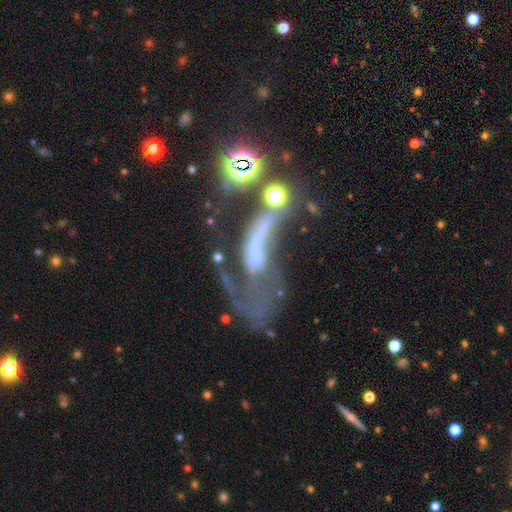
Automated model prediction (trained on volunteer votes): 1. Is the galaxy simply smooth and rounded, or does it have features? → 60% featured or disk, 25% smooth, 15% star or artifact.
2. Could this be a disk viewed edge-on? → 75% no, 25% yes.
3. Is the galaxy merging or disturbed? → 38% merger, 37% major disturbance, 16% none, 10% minor disturbance.